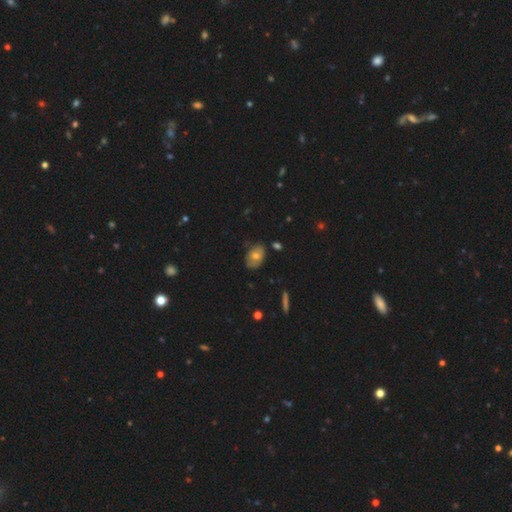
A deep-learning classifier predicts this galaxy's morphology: A smooth galaxy with no disk features (61%) that is in between round and cigar-shaped (81%). Merging: none (69%).